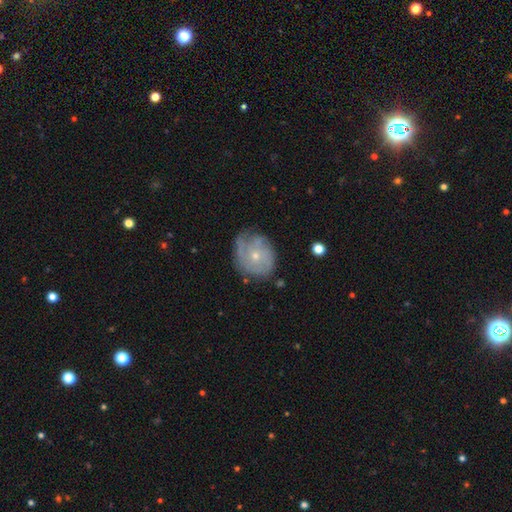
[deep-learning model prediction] featured or disk 65%, smooth 28%, star or artifact 7%. Down the decision tree: edge-on disk — no (97%); bar — no (84%); spiral arms — yes (72%); bulge size — small (65%); merging — none (54%).